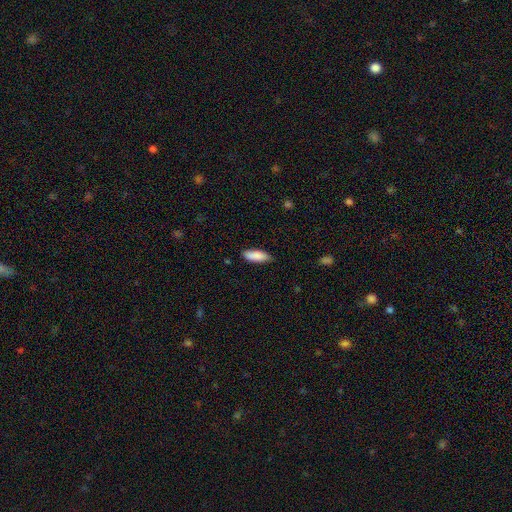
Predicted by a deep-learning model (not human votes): The model was most divided on "how rounded": in between: 65%, cigar-shaped: 33%, round: 2%. More confident: smooth or featured — smooth (88%); merging — none (81%).